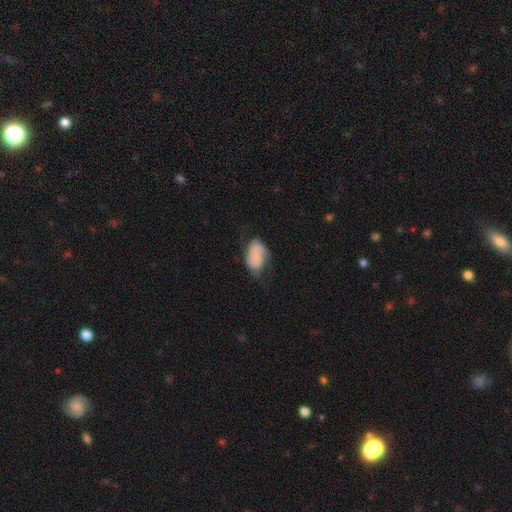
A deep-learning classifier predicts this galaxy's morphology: smooth_or_featured: featured or disk (p=0.48) [alt: smooth p=0.43]
merging: none (p=0.52) [alt: minor disturbance p=0.30]